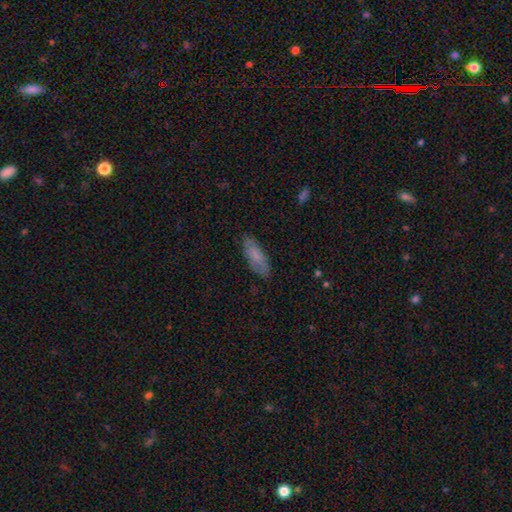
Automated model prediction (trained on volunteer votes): smooth-or-featured: smooth: 76% | featured or disk: 18% | star or artifact: 6%
  how-rounded: in between: 65% | cigar-shaped: 33% | round: 2%
  merging: none: 82% | minor disturbance: 14% | major disturbance: 3% | merger: 1%